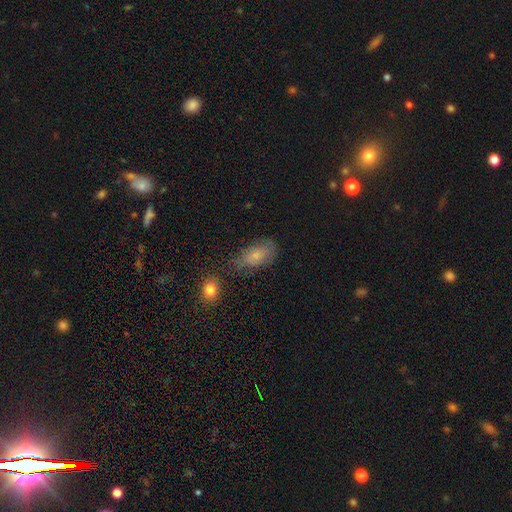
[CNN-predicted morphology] type=smooth (69%); roundness=in between (89%); merging=none (60%).